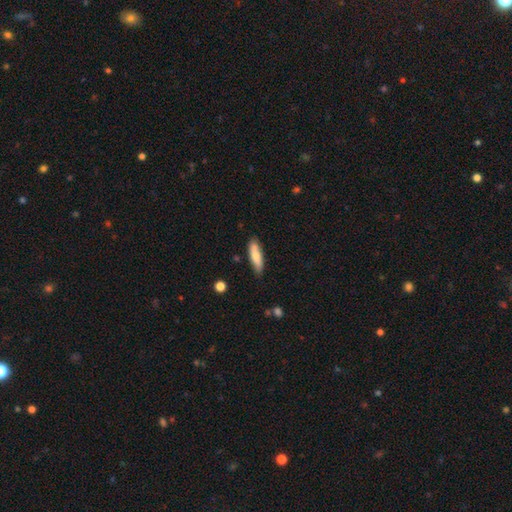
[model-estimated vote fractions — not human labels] A smooth galaxy with no disk features (73%) that is cigar-shaped (61%). Merging: none (82%).